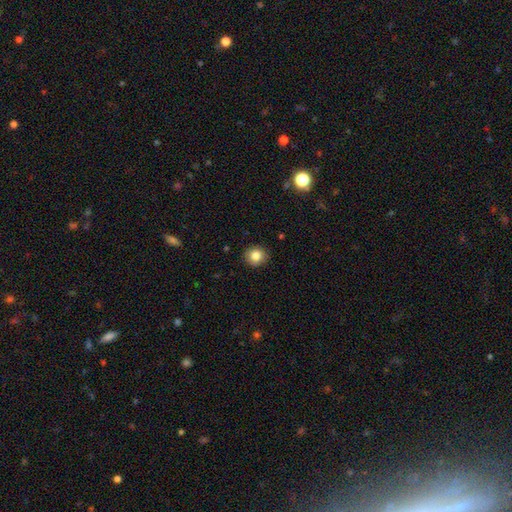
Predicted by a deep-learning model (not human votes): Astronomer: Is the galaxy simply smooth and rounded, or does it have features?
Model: smooth — 83%.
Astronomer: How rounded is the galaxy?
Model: round — 85%.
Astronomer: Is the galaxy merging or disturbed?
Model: none — 89%.